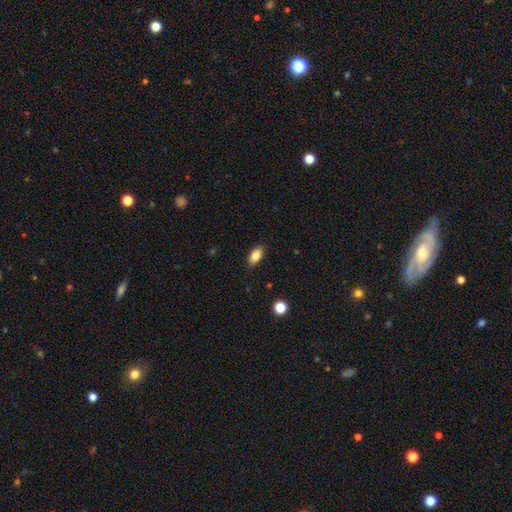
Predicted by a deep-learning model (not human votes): Morphology: type=smooth (82%); roundness=in between (88%); merging=none (85%).